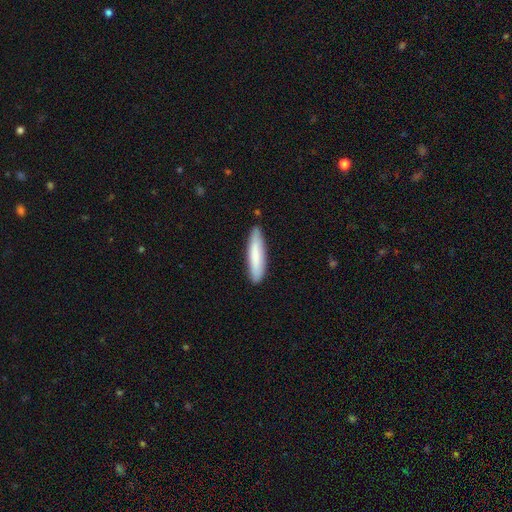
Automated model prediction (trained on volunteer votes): Smooth or featured?
  - smooth: 79% *
  - featured or disk: 16%
  - star or artifact: 5%
How rounded?
  - cigar-shaped: 79% *
  - in between: 19%
  - round: 1%
Merging?
  - none: 84% *
  - minor disturbance: 13%
  - major disturbance: 2%
  - merger: 2%